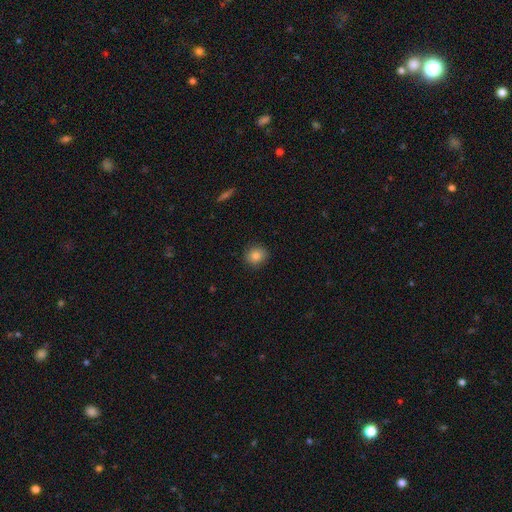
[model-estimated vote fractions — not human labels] Smooth or featured? Predicted: smooth (p=0.83). How rounded? Predicted: round (p=0.86). Merging? Predicted: none (p=0.90).